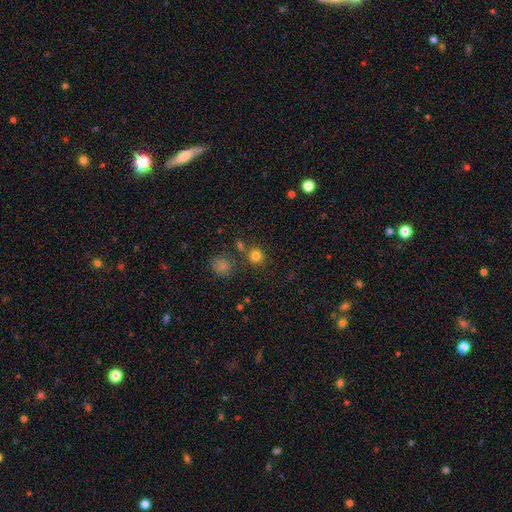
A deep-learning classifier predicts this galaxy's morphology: Smooth or featured?
  - smooth: 80% *
  - star or artifact: 14%
  - featured or disk: 5%
How rounded?
  - round: 89% *
  - in between: 10%
  - cigar-shaped: 1%
Merging?
  - none: 76% *
  - merger: 12%
  - minor disturbance: 9%
  - major disturbance: 4%